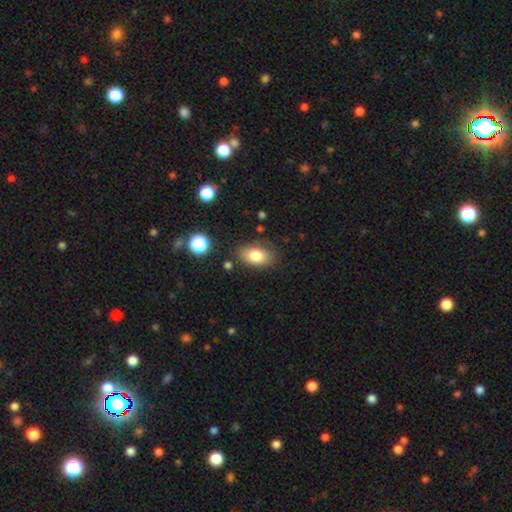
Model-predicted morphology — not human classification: Smooth or featured? smooth (79%)
How rounded? in between (87%)
Merging? none (77%)